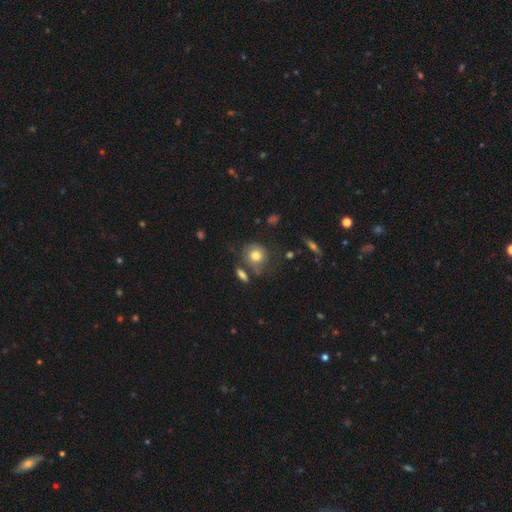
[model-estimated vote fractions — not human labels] Smooth or featured? smooth (75%)
How rounded? round (80%)
Merging? none (59%)